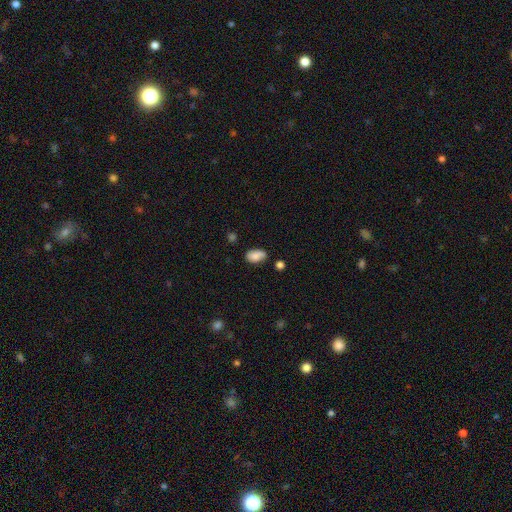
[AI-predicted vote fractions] Smooth or featured?
  - smooth: 80% *
  - featured or disk: 11%
  - star or artifact: 9%
How rounded?
  - in between: 90% *
  - round: 8%
  - cigar-shaped: 2%
Merging?
  - none: 60% *
  - minor disturbance: 27%
  - merger: 7%
  - major disturbance: 6%